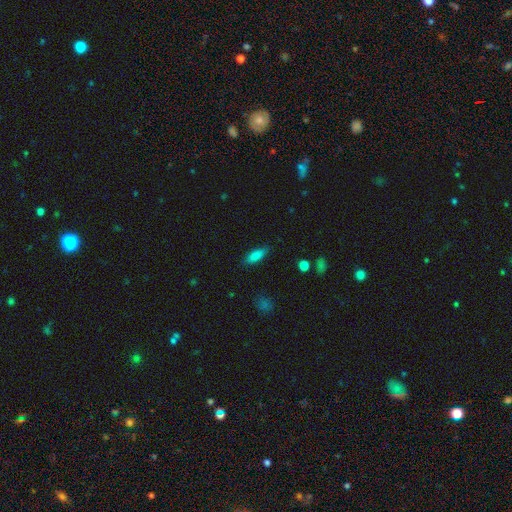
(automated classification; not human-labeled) smooth 79%, featured or disk 12%, star or artifact 8%. Down the decision tree: how rounded — in between (61%); merging — none (84%).